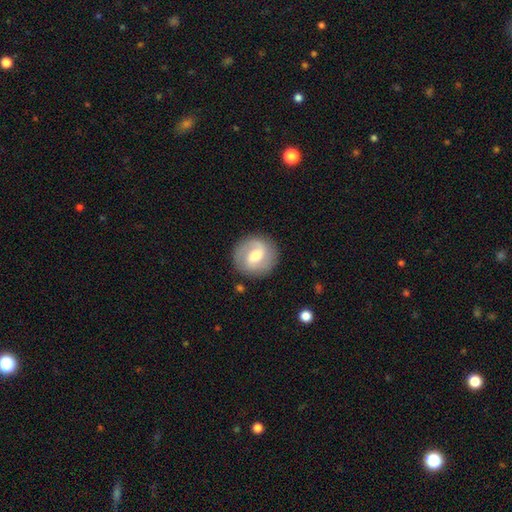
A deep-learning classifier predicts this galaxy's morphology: Smooth or featured?
  - featured or disk: 61% *
  - smooth: 33%
  - star or artifact: 6%
Edge-on disk?
  - no: 97% *
  - yes: 3%
Bar?
  - weak: 54% *
  - strong: 24%
  - no: 23%
Spiral arms?
  - yes: 80% *
  - no: 20%
Bulge size?
  - moderate: 68% *
  - small: 24%
  - large: 6%
  - none: 1%
  - dominant: 1%
Merging?
  - none: 86% *
  - minor disturbance: 9%
  - major disturbance: 3%
  - merger: 1%